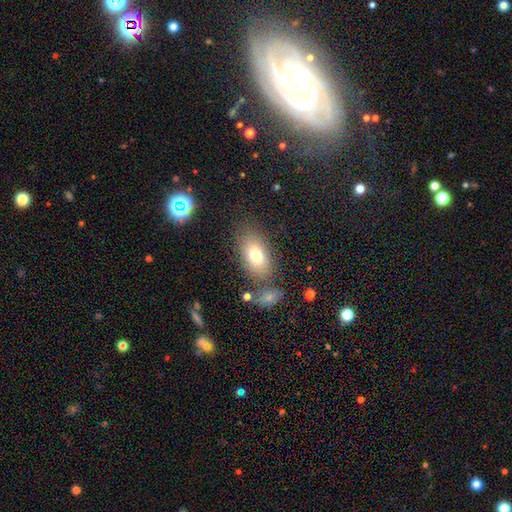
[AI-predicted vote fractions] Smooth or featured? smooth (74%)
How rounded? in between (88%)
Merging? none (72%)